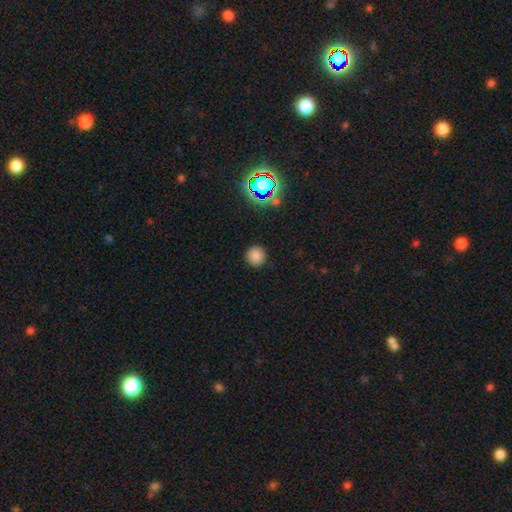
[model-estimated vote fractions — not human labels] Smooth or featured: smooth — 81% (star or artifact — 15%)
How rounded: round — 95% (in between — 4%)
Merging: none — 90% (minor disturbance — 6%)